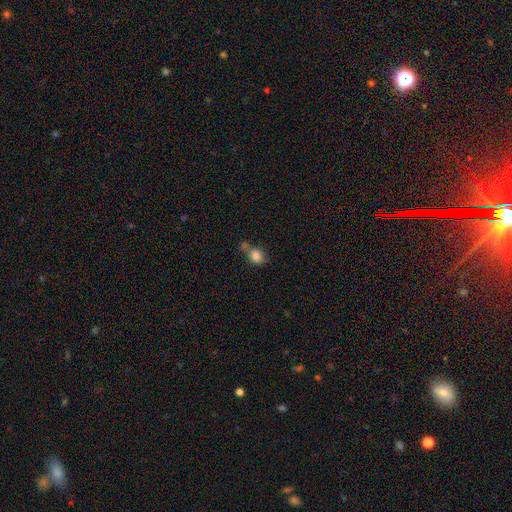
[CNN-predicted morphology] A smooth galaxy with no disk features (83%) that is round (54%). Merging: none (41%).